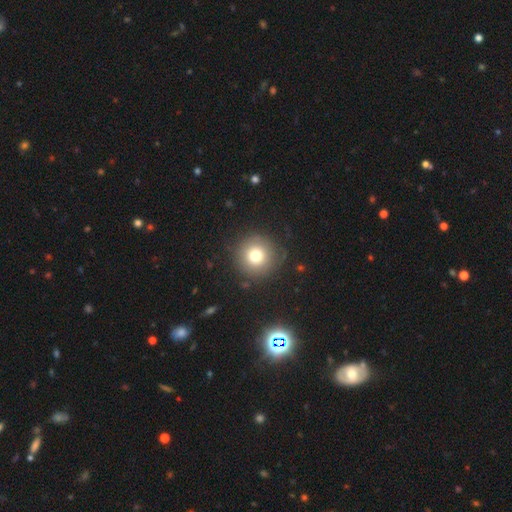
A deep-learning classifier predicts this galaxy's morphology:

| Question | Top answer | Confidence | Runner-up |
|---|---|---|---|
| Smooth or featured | smooth | 75% | star or artifact (13%) |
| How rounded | round | 96% | in between (3%) |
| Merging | none | 87% | minor disturbance (8%) |